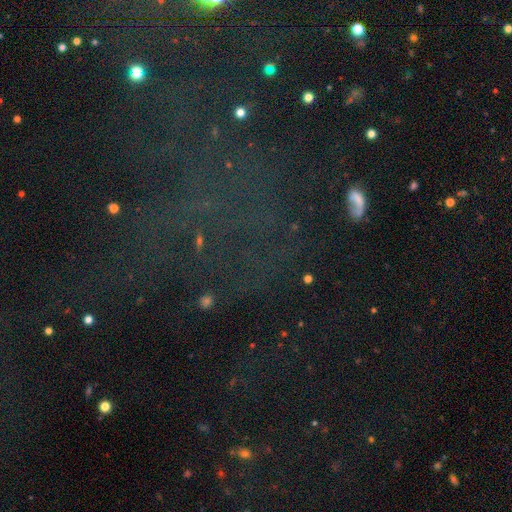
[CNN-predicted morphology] Smooth or featured? Predicted: star or artifact (p=0.63).